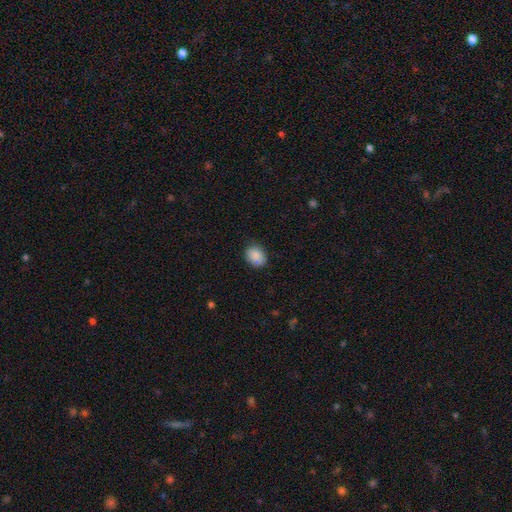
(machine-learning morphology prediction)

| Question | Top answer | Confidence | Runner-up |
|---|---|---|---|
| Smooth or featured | smooth | 87% | star or artifact (8%) |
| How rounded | in between | 62% | round (37%) |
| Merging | none | 76% | minor disturbance (18%) |